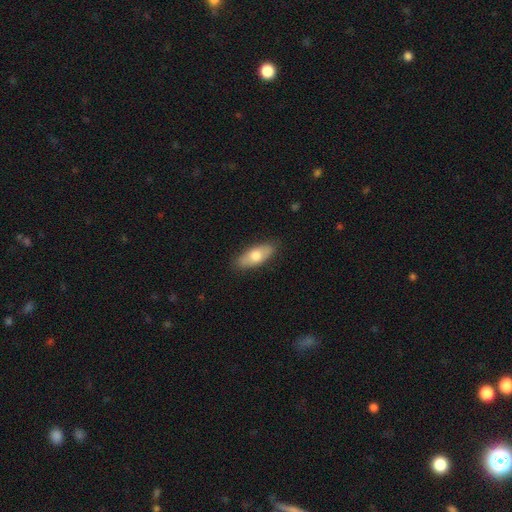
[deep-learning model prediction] This appears to be a smooth galaxy with no disk features (70%) that is in between round and cigar-shaped (80%). Merging: none (86%).